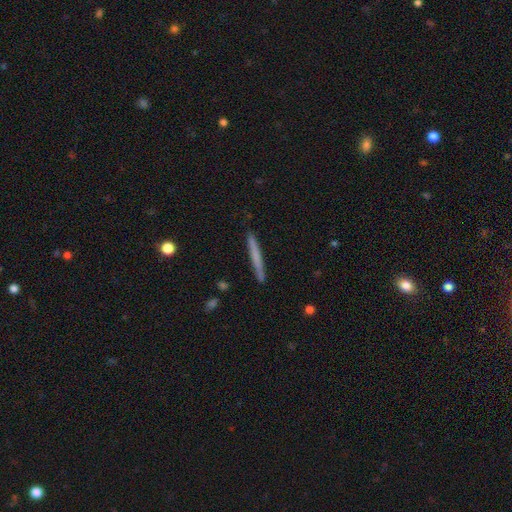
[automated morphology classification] Smooth or featured? smooth (61%)
How rounded? cigar-shaped (97%)
Merging? none (89%)